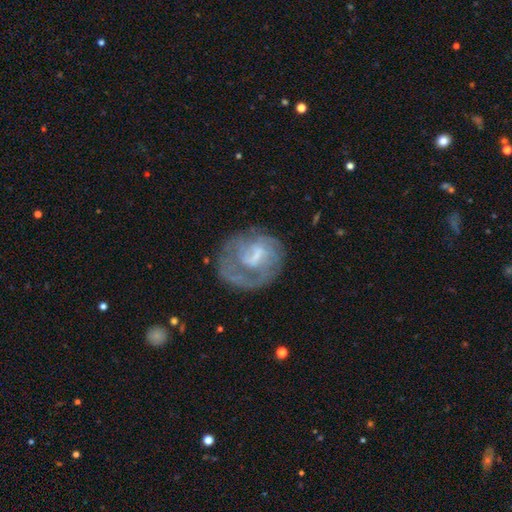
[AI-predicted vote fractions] A featured or disk galaxy (69%) with a weak bar (52%), spiral arms (68%) and a small central bulge (34%).

Vote fractions:
- Smooth or featured? featured or disk: 69% / smooth: 23% / star or artifact: 8%
- Edge-on disk? no: 97% / yes: 3%
- Bar? weak: 52% / no: 32% / strong: 16%
- Spiral arms? yes: 68% / no: 32%
- Bulge size? small: 34% / none: 31% / moderate: 28% / large: 5% / dominant: 1%
- Merging? none: 49% / major disturbance: 29% / minor disturbance: 19% / merger: 3%